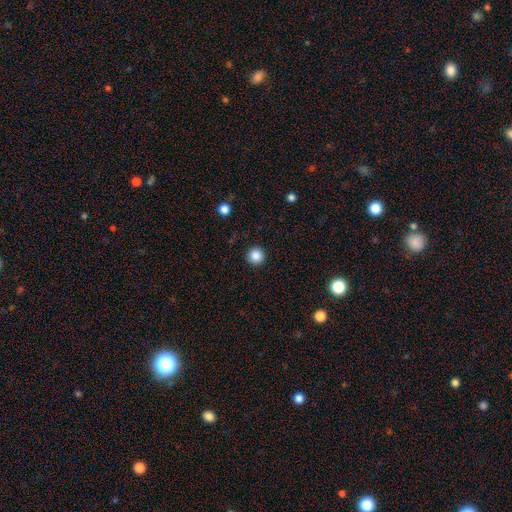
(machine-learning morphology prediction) This appears to be a smooth galaxy with no disk features (87%) that is round (96%). Merging: none (92%).